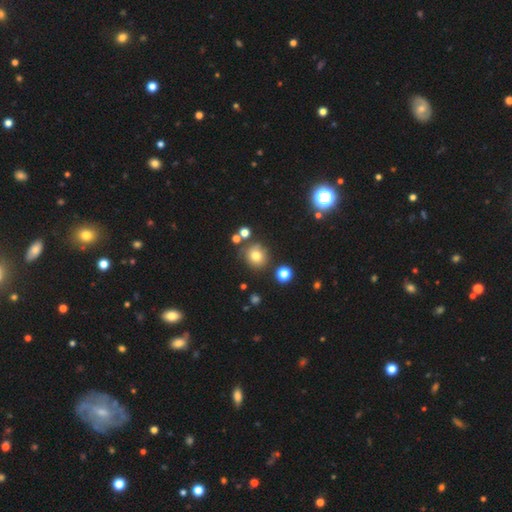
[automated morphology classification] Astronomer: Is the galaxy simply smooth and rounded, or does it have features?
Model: smooth — 75%.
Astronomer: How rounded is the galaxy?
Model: round — 86%.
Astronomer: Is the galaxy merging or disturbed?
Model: none — 77%.